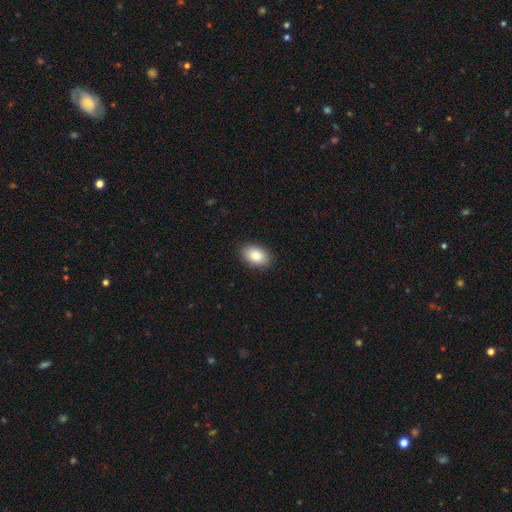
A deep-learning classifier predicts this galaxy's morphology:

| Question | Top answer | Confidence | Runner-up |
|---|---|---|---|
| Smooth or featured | smooth | 86% | featured or disk (7%) |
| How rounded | in between | 90% | round (9%) |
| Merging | none | 90% | minor disturbance (8%) |